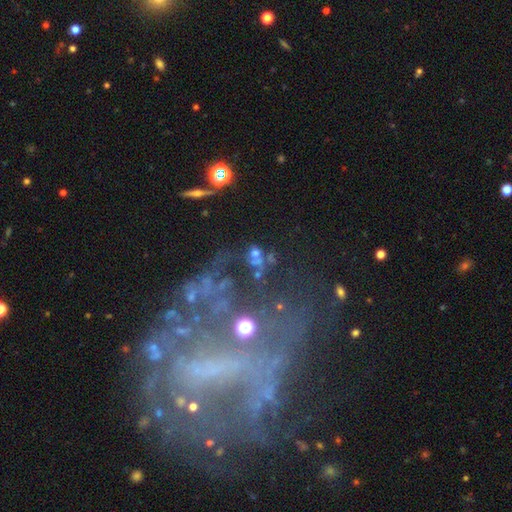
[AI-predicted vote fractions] Smooth or featured?
  - smooth: 41% *
  - featured or disk: 30%
  - star or artifact: 29%
Merging?
  - none: 41% *
  - merger: 23%
  - major disturbance: 21%
  - minor disturbance: 15%